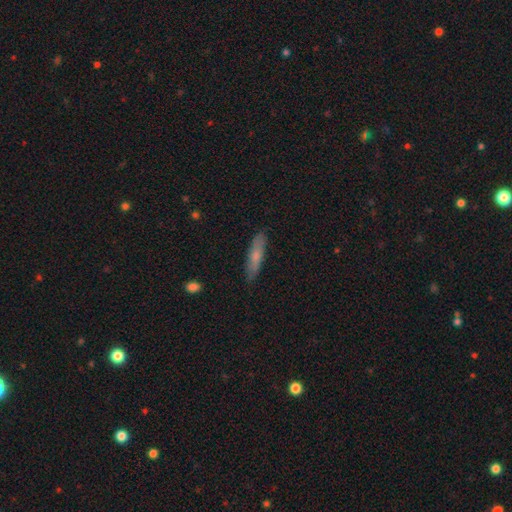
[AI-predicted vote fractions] Q: Smooth or featured?
A: smooth (67%); runner-up: featured or disk (27%)
Q: How rounded?
A: cigar-shaped (80%); runner-up: in between (18%)
Q: Merging?
A: none (86%); runner-up: minor disturbance (11%)